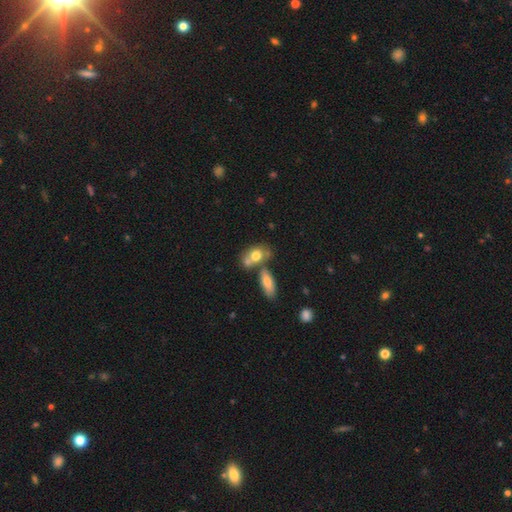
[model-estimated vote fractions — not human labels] Morphology: type=smooth (73%); roundness=in between (74%); merging=merger (47%).